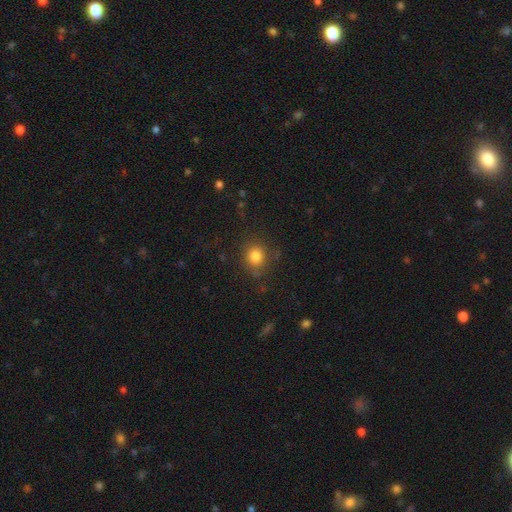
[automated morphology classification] smooth-or-featured: smooth: 81% | star or artifact: 12% | featured or disk: 7%
  how-rounded: round: 82% | in between: 17% | cigar-shaped: 1%
  merging: none: 80% | minor disturbance: 13% | major disturbance: 5% | merger: 2%